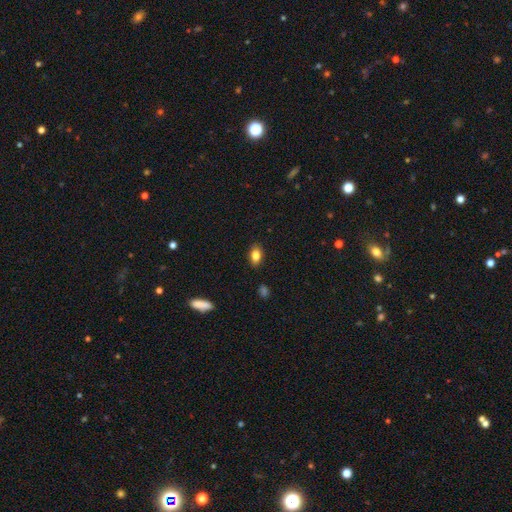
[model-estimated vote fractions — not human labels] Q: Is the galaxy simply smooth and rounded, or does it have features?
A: smooth — 82%.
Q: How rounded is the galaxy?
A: in between — 84%.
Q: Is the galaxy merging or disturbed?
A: none — 85%.